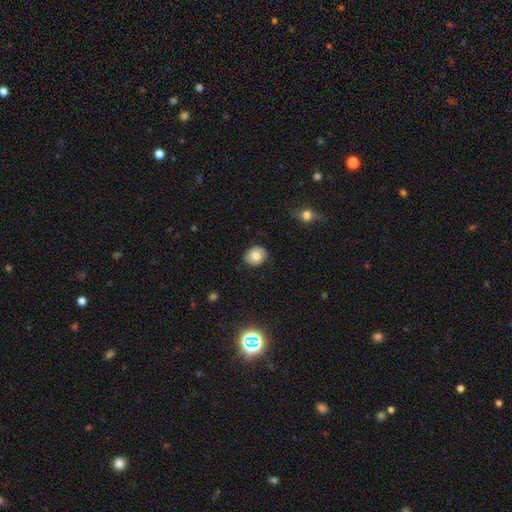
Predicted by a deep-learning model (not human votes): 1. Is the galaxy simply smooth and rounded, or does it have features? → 72% smooth, 19% featured or disk, 9% star or artifact.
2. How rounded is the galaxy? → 69% round, 30% in between, 1% cigar-shaped.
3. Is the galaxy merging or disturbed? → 81% none, 14% minor disturbance, 3% major disturbance, 1% merger.